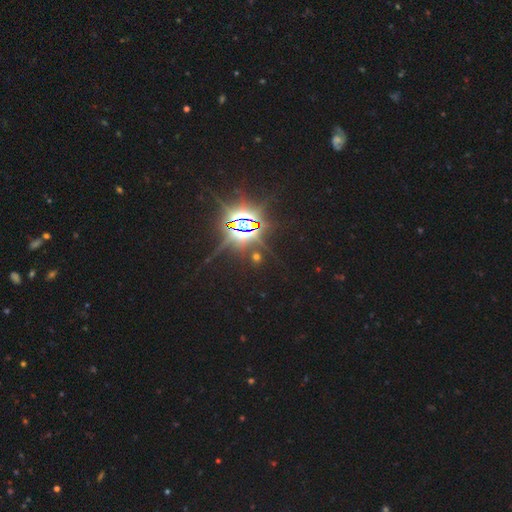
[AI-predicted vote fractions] Smooth or featured? Predicted: star or artifact (p=0.85).